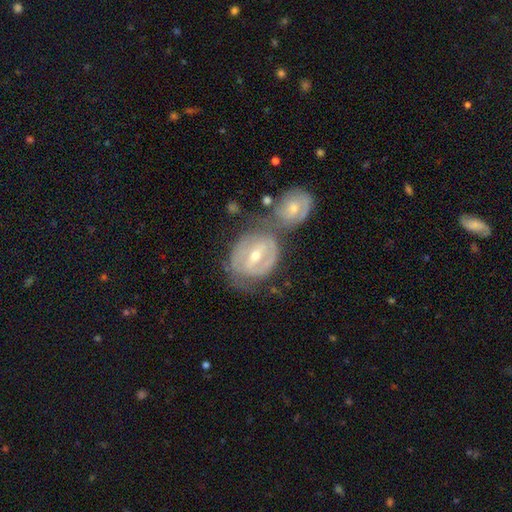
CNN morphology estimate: Smooth or featured? featured or disk (76%)
Edge-on disk? no (95%)
Bar? strong (45%)
Spiral arms? yes (68%)
Bulge size? moderate (58%)
Merging? merger (39%)